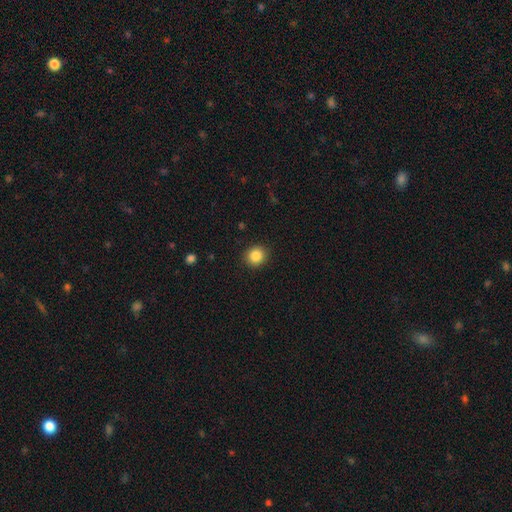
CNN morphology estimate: smooth-or-featured: smooth: 86% | star or artifact: 10% | featured or disk: 4%
  how-rounded: round: 86% | in between: 14% | cigar-shaped: 1%
  merging: none: 91% | minor disturbance: 6% | major disturbance: 2% | merger: 1%